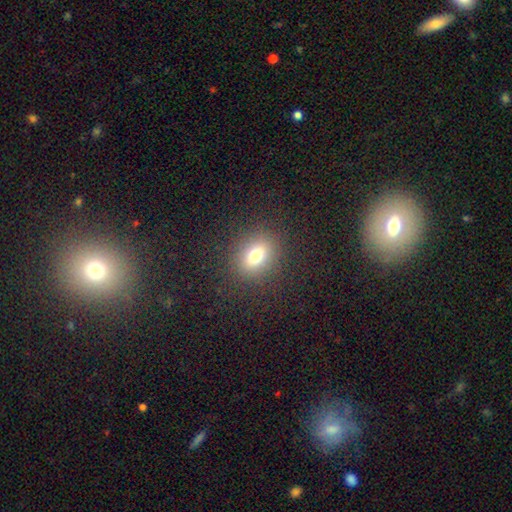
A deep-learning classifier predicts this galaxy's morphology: This is likely a smooth galaxy (73%). How rounded: possibly in between (54%). Merging: clearly none (87%).